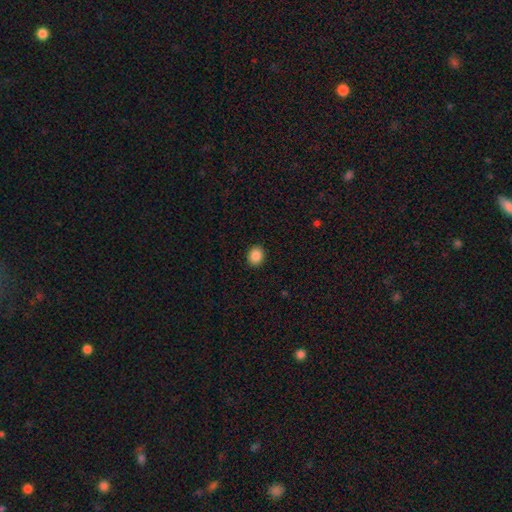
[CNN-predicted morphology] Smooth or featured? smooth (87%)
How rounded? round (60%)
Merging? none (91%)